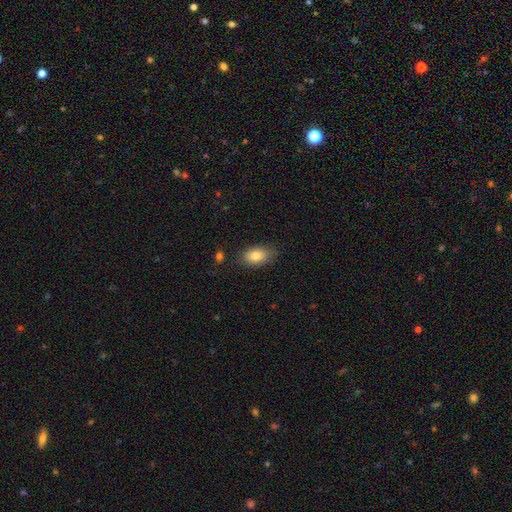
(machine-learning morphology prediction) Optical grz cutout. It shows a smooth galaxy with no disk features (81%) that is in between round and cigar-shaped (89%). Merging: none (75%).